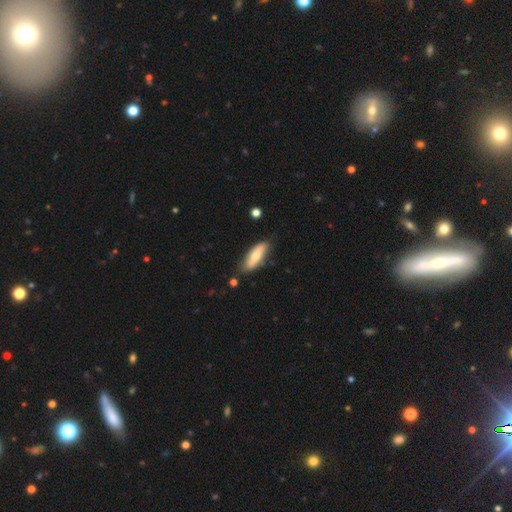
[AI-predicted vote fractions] The model was most divided on "how rounded": in between: 60%, cigar-shaped: 38%, round: 2%. More confident: merging — none (76%); smooth or featured — smooth (67%).